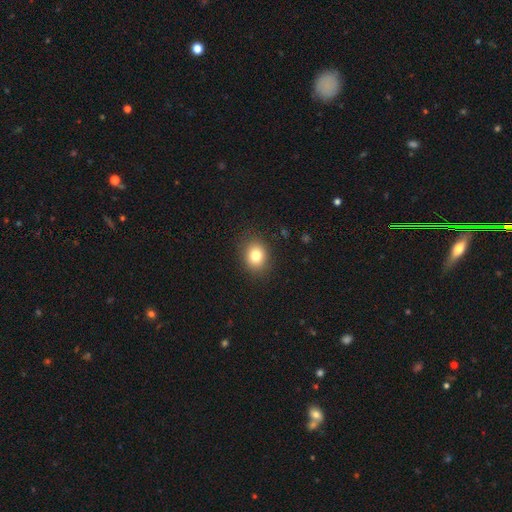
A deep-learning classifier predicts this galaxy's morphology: Smooth or featured: smooth — 81% (star or artifact — 11%)
How rounded: round — 59% (in between — 40%)
Merging: none — 89% (minor disturbance — 8%)